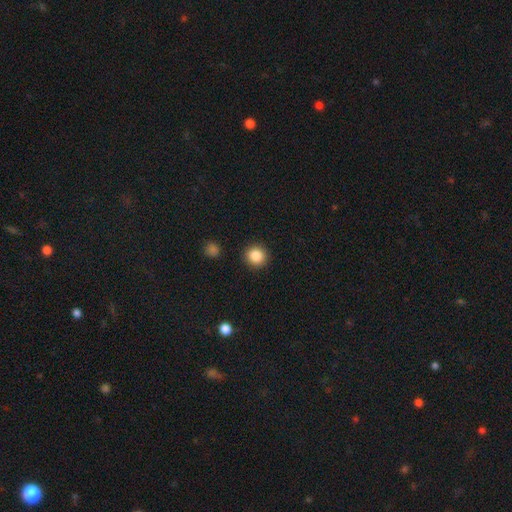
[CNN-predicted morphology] smooth_or_featured: smooth (p=0.86) [alt: star or artifact p=0.10]
how_rounded: round (p=0.90) [alt: in between p=0.09]
merging: none (p=0.91) [alt: minor disturbance p=0.06]